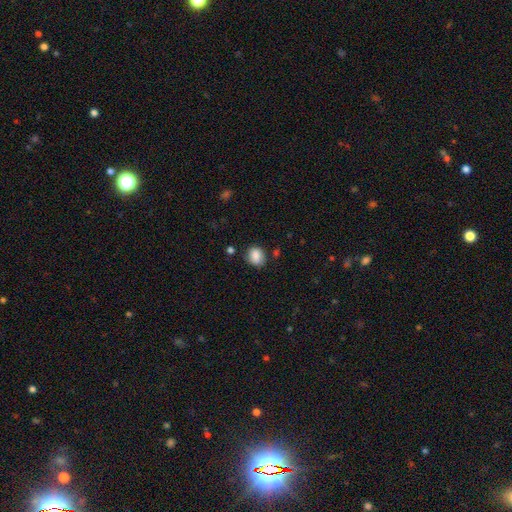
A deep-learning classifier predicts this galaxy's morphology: smooth 84%, star or artifact 9%, featured or disk 7%. Down the decision tree: how rounded — round (58%); merging — none (78%).